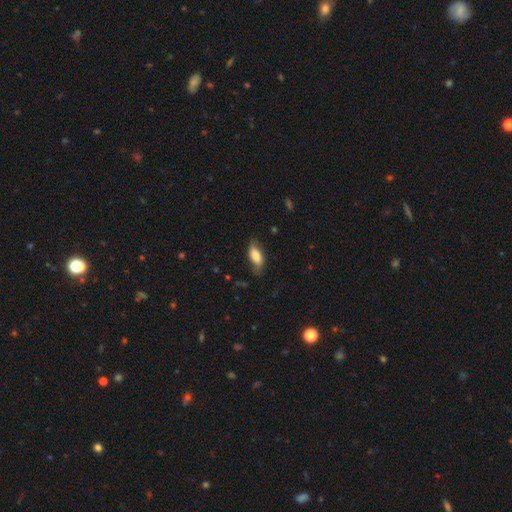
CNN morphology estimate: A smooth galaxy with no disk features (72%) that is in between round and cigar-shaped (81%).

Vote fractions:
- Smooth or featured? smooth: 72% / featured or disk: 21% / star or artifact: 7%
- How rounded? in between: 81% / cigar-shaped: 17% / round: 3%
- Merging? none: 71% / minor disturbance: 22% / major disturbance: 6% / merger: 1%